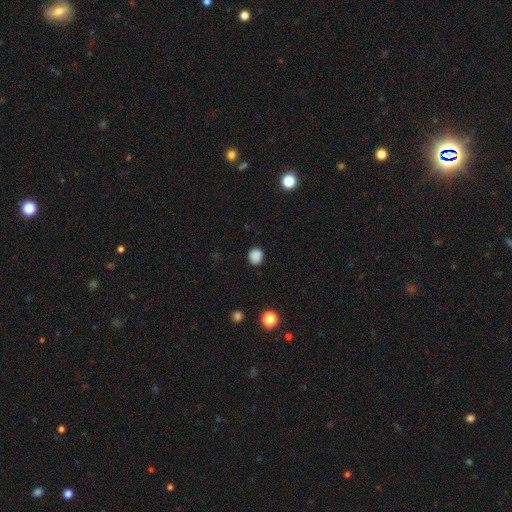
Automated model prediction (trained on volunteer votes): Smooth or featured? Predicted: smooth (p=0.85). How rounded? Predicted: round (p=0.75). Merging? Predicted: none (p=0.84).